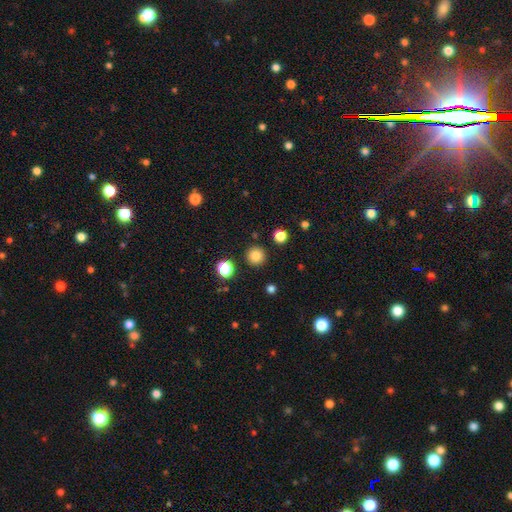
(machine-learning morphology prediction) Q: Smooth or featured?
A: smooth (81%); runner-up: star or artifact (13%)
Q: How rounded?
A: round (96%); runner-up: in between (3%)
Q: Merging?
A: none (91%); runner-up: minor disturbance (5%)